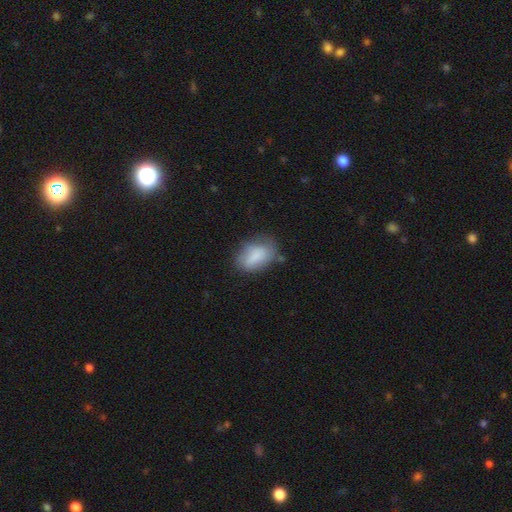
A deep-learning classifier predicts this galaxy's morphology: A smooth galaxy with no disk features (76%) that is in between round and cigar-shaped (86%).

Vote fractions:
- Smooth or featured? smooth: 76% / featured or disk: 16% / star or artifact: 8%
- How rounded? in between: 86% / round: 12% / cigar-shaped: 2%
- Merging? none: 49% / minor disturbance: 32% / major disturbance: 13% / merger: 6%